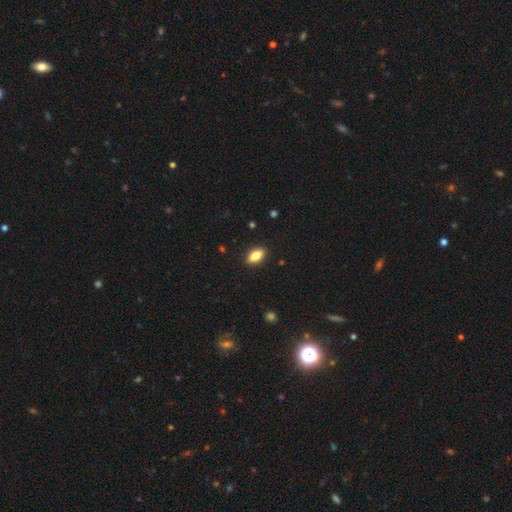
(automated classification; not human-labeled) Smooth or featured: smooth — 81% (featured or disk — 12%)
How rounded: in between — 88% (cigar-shaped — 8%)
Merging: none — 89% (minor disturbance — 8%)